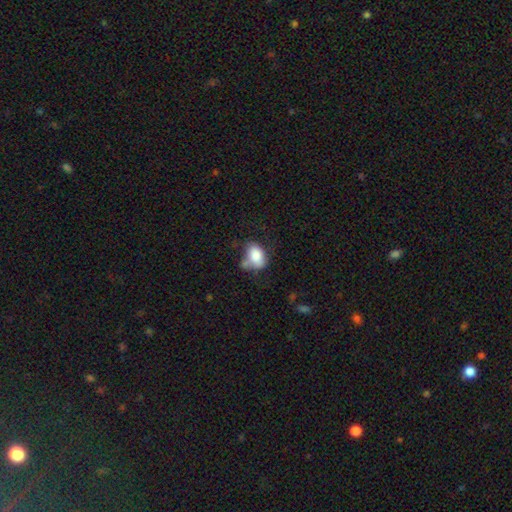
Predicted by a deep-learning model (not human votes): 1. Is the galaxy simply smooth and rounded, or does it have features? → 81% smooth, 12% featured or disk, 7% star or artifact.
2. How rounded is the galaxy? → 82% in between, 17% round, 1% cigar-shaped.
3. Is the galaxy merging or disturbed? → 45% none, 28% minor disturbance, 16% merger, 11% major disturbance.